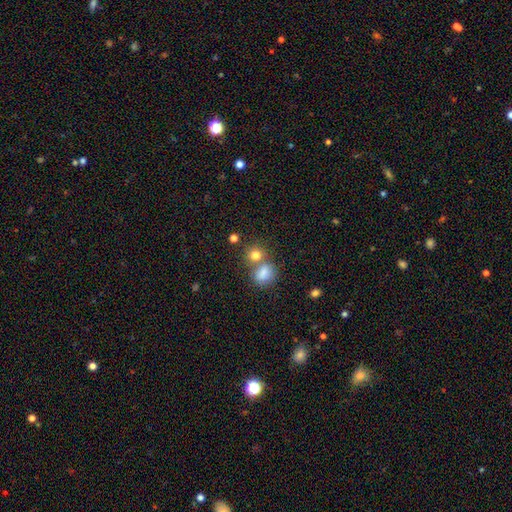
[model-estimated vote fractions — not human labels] smooth 79%, star or artifact 13%, featured or disk 9%. Down the decision tree: how rounded — round (73%); merging — none (47%).